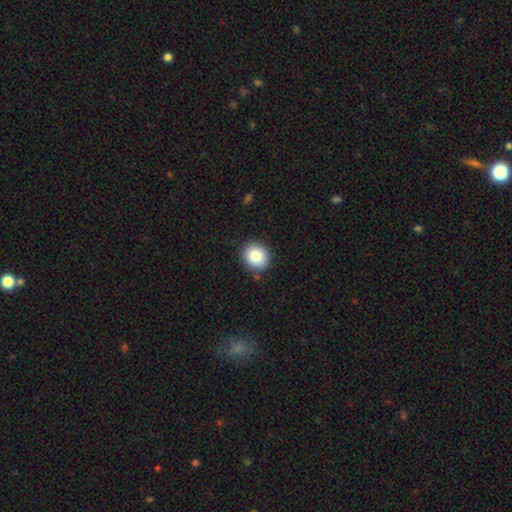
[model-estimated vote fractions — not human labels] Overall: smooth (85%). How rounded: round (80%). Merging: none (88%).